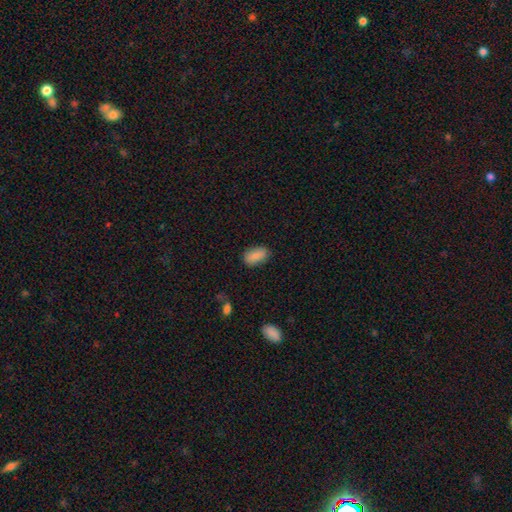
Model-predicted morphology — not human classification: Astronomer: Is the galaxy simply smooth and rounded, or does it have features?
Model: smooth — 85%.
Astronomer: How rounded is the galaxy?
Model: in between — 92%.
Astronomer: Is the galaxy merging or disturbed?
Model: none — 83%.